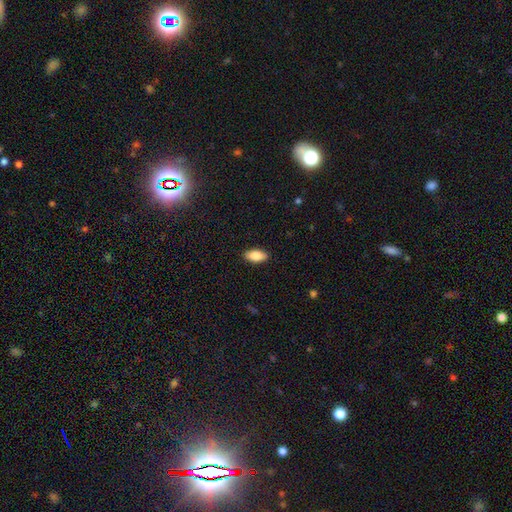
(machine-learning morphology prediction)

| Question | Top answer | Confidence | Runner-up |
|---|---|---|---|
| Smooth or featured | smooth | 84% | featured or disk (9%) |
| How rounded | in between | 90% | cigar-shaped (7%) |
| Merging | none | 90% | minor disturbance (7%) |